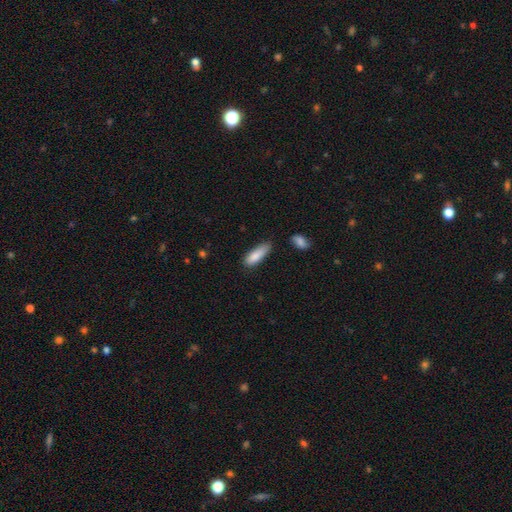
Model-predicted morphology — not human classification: Smooth or featured? smooth (85%)
How rounded? in between (57%)
Merging? none (61%)